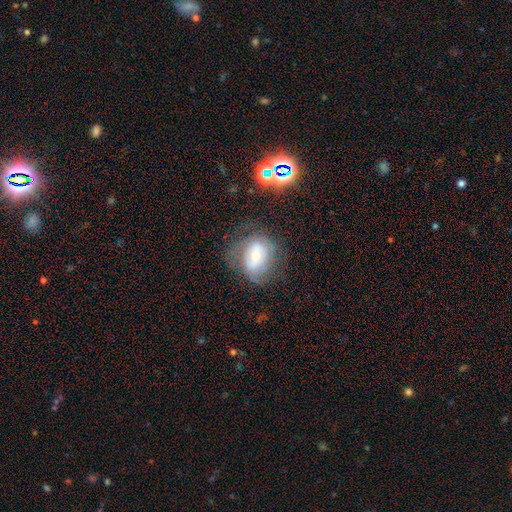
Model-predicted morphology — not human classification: Overall: featured or disk (51%; smooth 40%). Edge-on disk: no (95%). Merging: none (55%; minor disturbance 23%).